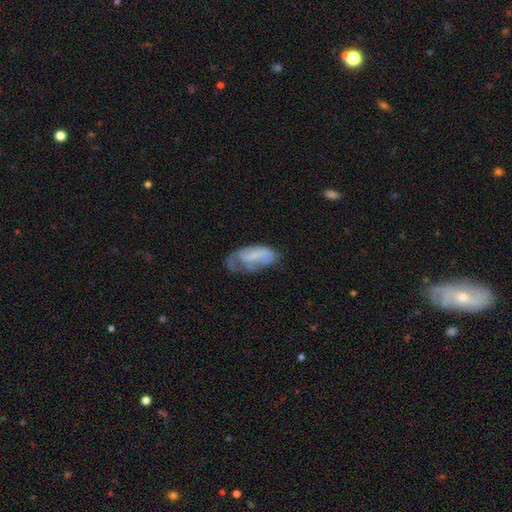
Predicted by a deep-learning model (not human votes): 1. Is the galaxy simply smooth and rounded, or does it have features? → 48% smooth, 44% featured or disk, 8% star or artifact.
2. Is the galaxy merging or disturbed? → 34% major disturbance, 32% minor disturbance, 31% none, 3% merger.